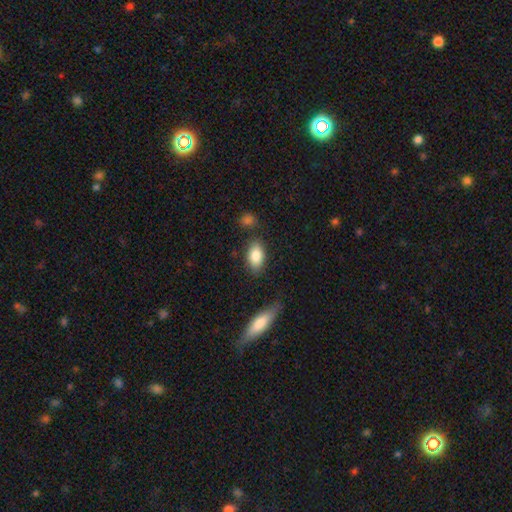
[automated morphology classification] The model was most divided on "merging": none: 77%, minor disturbance: 15%, merger: 5%, major disturbance: 4%. More confident: how rounded — in between (91%); smooth or featured — smooth (85%).